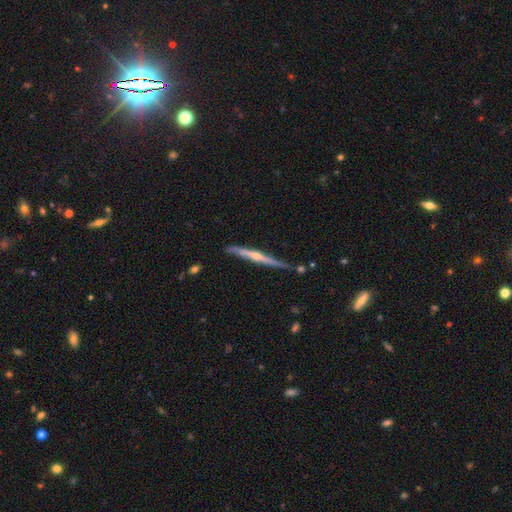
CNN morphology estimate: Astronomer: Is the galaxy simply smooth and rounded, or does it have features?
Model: featured or disk — 75%.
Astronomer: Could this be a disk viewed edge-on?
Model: yes — 97%.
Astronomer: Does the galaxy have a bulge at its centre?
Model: rounded — 75%.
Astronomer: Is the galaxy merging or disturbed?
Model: none — 78%.